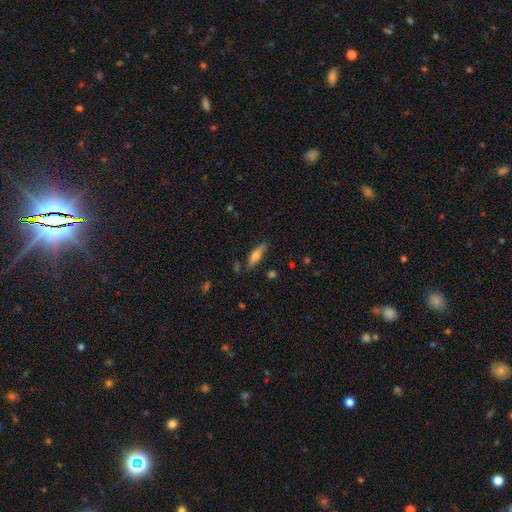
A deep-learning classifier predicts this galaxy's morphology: The model was most divided on "how rounded": cigar-shaped: 61%, in between: 37%, round: 2%. More confident: merging — none (81%); smooth or featured — smooth (59%).